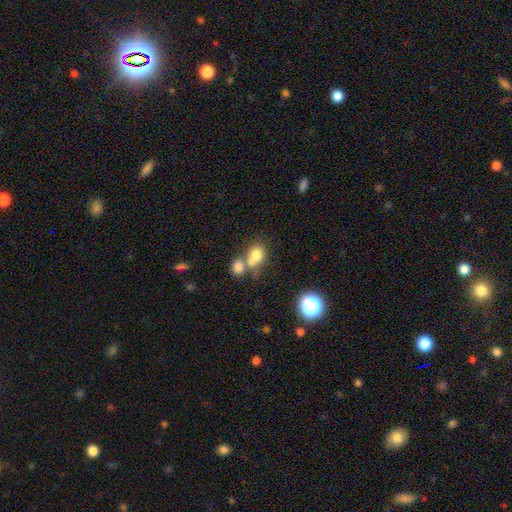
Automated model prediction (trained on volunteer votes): smooth 76%, featured or disk 13%, star or artifact 11%. Down the decision tree: how rounded — round (51%); merging — merger (57%).